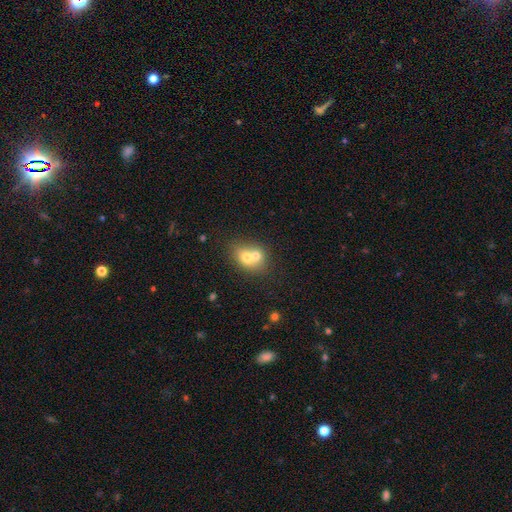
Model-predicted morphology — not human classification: A smooth galaxy with no disk features (66%) that is round (56%). Merging: merger (66%).